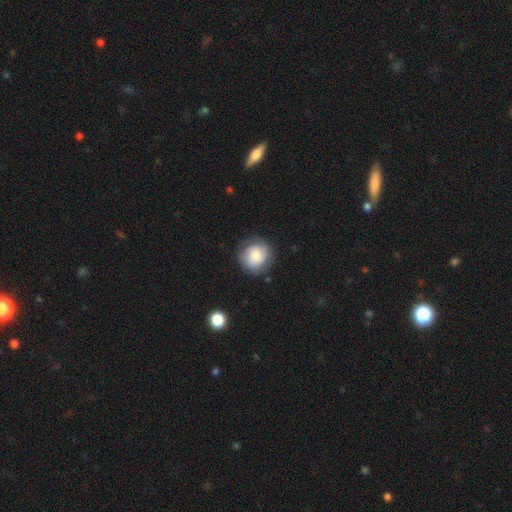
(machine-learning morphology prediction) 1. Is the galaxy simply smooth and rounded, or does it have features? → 70% smooth, 22% featured or disk, 7% star or artifact.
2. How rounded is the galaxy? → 89% round, 10% in between, 1% cigar-shaped.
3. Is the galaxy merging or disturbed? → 80% none, 14% minor disturbance, 4% major disturbance, 2% merger.